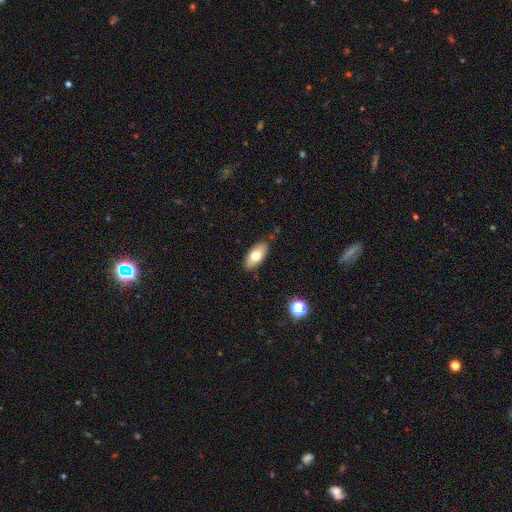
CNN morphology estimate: A smooth galaxy with no disk features (72%) that is in between round and cigar-shaped (89%). Merging: none (81%).